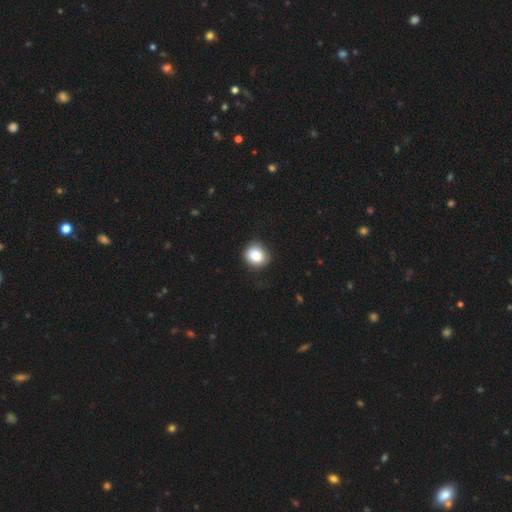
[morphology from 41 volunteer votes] smooth-or-featured: smooth: 85% | star or artifact: 10% | featured or disk: 5%
  how-rounded: round: 86% | in between: 14% | cigar-shaped: 0%
  merging: none: 84% | minor disturbance: 14% | major disturbance: 3% | merger: 0%